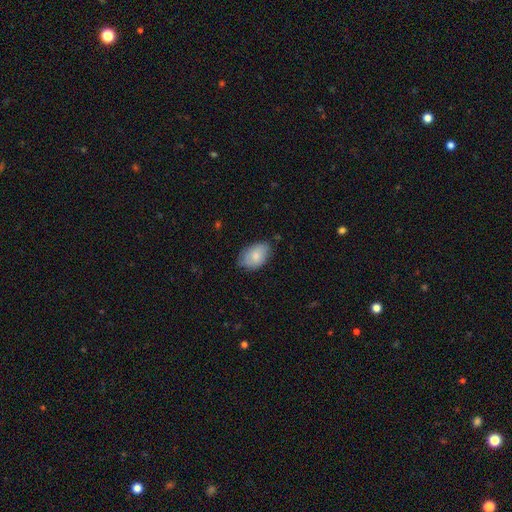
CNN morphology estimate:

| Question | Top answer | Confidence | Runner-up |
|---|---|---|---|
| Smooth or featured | smooth | 79% | featured or disk (15%) |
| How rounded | in between | 91% | round (8%) |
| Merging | none | 69% | minor disturbance (25%) |